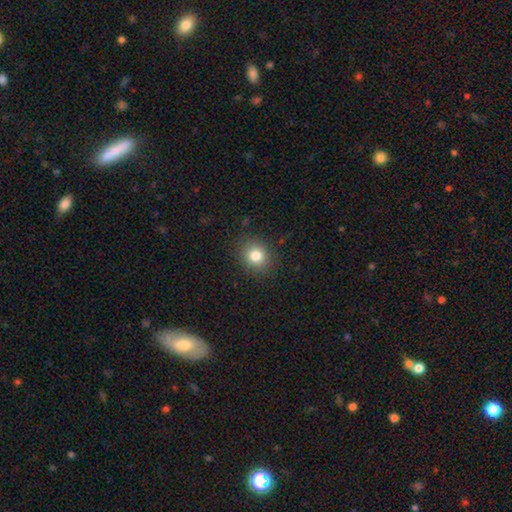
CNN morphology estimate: This is clearly a smooth galaxy (81%). How rounded: likely round (74%). Merging: clearly none (88%).